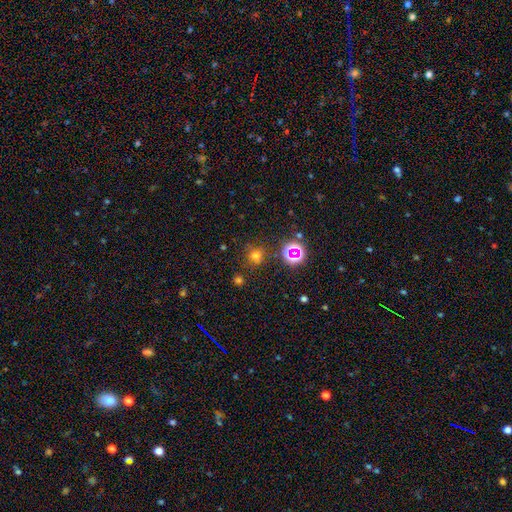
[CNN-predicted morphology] smooth 64%, star or artifact 29%, featured or disk 8%. Down the decision tree: how rounded — round (90%); merging — none (80%).